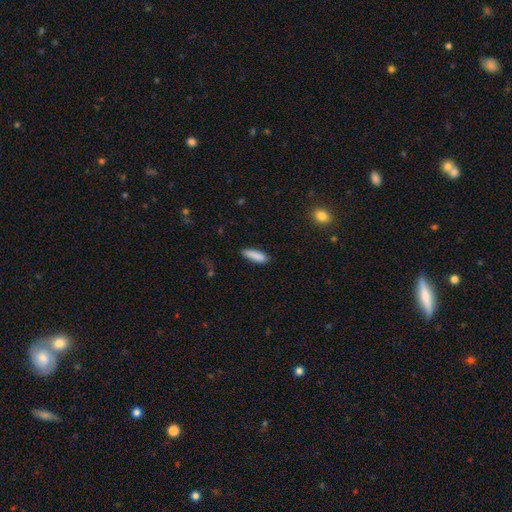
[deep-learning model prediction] A smooth galaxy with no disk features (87%) that is cigar-shaped (59%). Merging: none (81%).